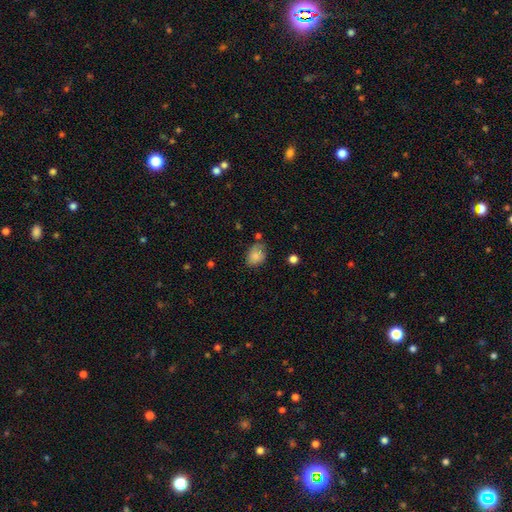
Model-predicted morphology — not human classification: Smooth or featured: smooth — 83% (star or artifact — 9%)
How rounded: in between — 73% (round — 26%)
Merging: none — 58% (minor disturbance — 30%)